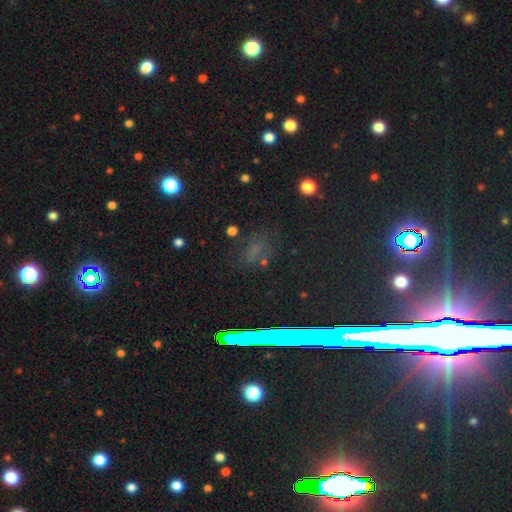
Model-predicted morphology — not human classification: star or artifact 56%, smooth 29%, featured or disk 15%.